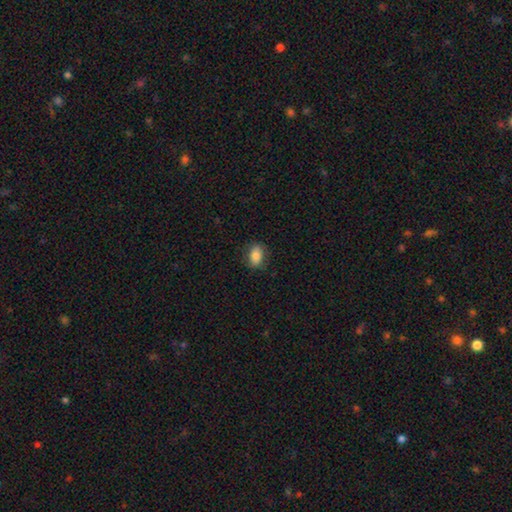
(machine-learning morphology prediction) Smooth or featured? smooth (84%)
How rounded? in between (83%)
Merging? none (81%)